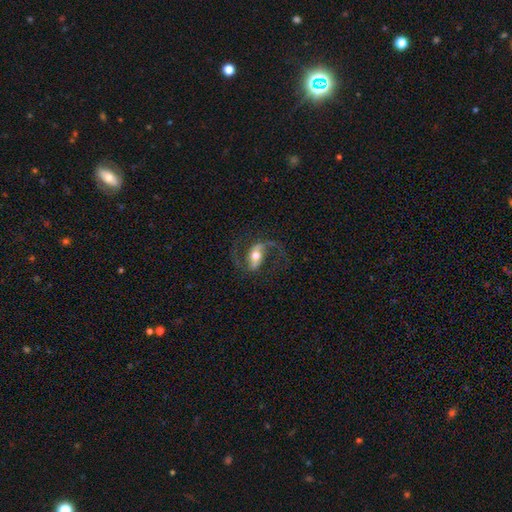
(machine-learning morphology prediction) smooth-or-featured: featured or disk: 85% | smooth: 10% | star or artifact: 6%
  disk-edge-on: no: 96% | yes: 4%
    bar: strong: 45% | weak: 33% | no: 22%
    has-spiral-arms: yes: 95% | no: 5%
      spiral-winding: loose: 48% | medium: 43% | tight: 8%
      spiral-arm-count: 2: 92% | 1: 3% | can't tell: 2% | 3: 1% | 4: 1% | more than 4: 1%
    bulge-size: moderate: 70% | large: 14% | small: 14% | dominant: 2% | none: 1%
  merging: none: 72% | minor disturbance: 13% | major disturbance: 13% | merger: 2%